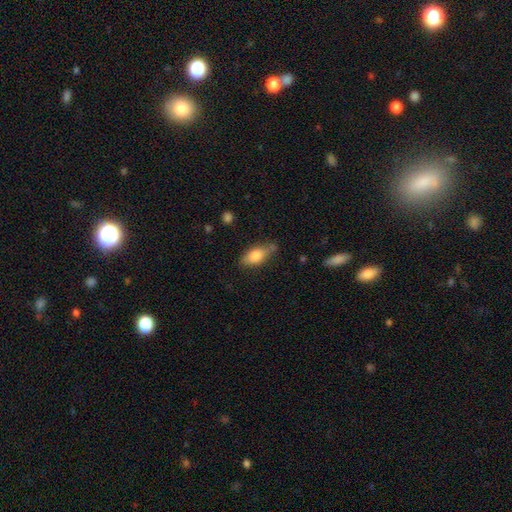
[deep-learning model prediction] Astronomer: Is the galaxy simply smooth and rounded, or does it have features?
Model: smooth — 76%.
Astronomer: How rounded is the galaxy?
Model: in between — 83%.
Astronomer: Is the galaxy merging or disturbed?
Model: none — 63%.